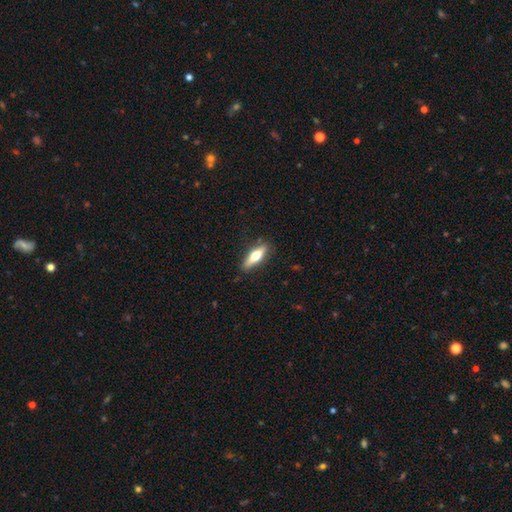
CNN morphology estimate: Q: Smooth or featured?
A: smooth (54%); runner-up: featured or disk (41%)
Q: How rounded?
A: cigar-shaped (56%); runner-up: in between (41%)
Q: Merging?
A: none (86%); runner-up: minor disturbance (10%)